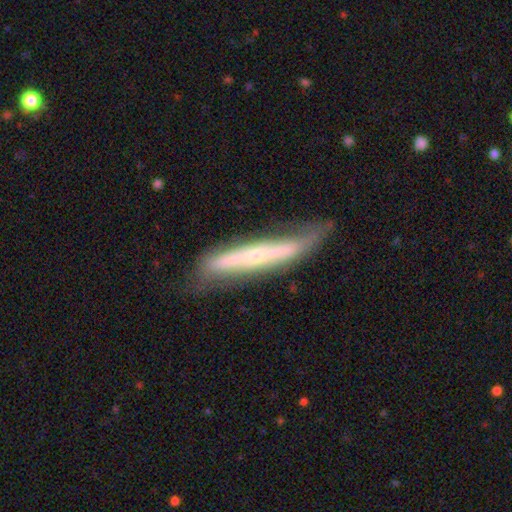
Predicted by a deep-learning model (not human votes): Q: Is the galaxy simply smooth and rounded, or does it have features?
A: featured or disk — 64%.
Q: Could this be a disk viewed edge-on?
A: yes — 70%.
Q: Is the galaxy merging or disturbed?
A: none — 54%.